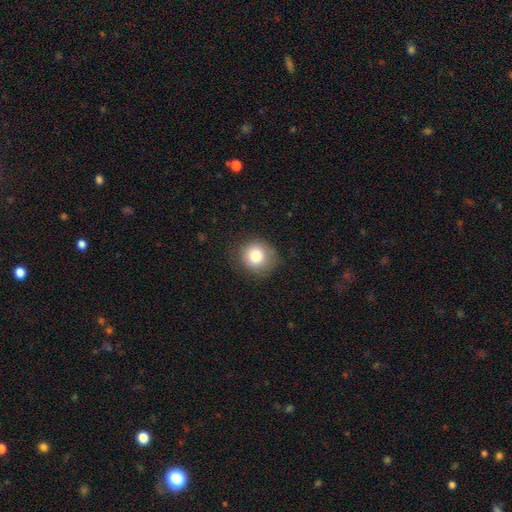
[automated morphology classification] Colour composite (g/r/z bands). It shows a smooth galaxy with no disk features (82%) that is round (88%). Merging: none (78%).